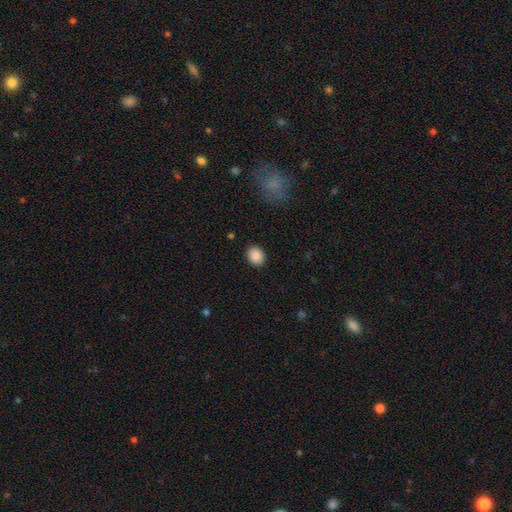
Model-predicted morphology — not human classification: Overall: smooth (89%). How rounded: round (54%; in between 45%). Merging: none (90%).